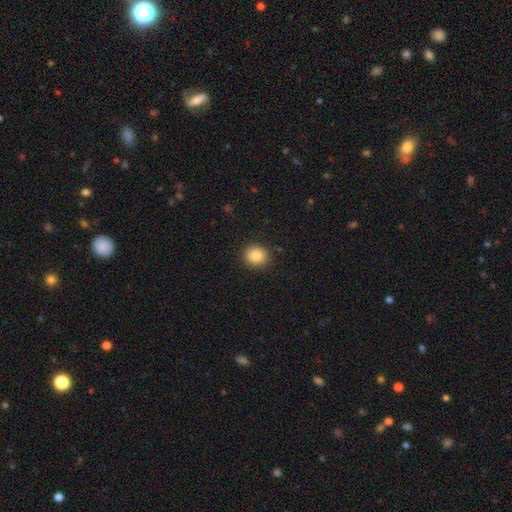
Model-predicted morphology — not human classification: Smooth or featured? smooth (87%)
How rounded? round (78%)
Merging? none (88%)